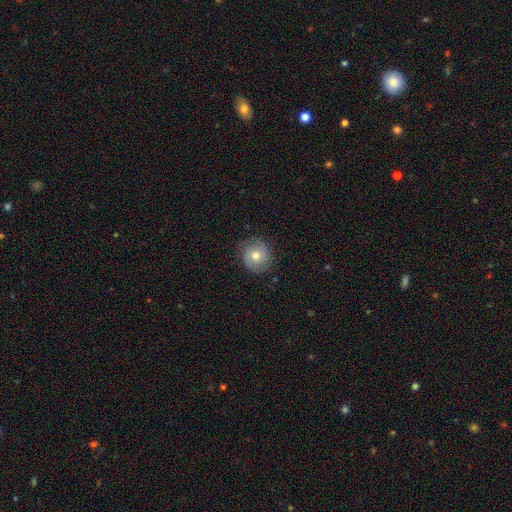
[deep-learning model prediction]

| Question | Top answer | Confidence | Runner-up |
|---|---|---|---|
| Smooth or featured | smooth | 64% | featured or disk (27%) |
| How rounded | round | 88% | in between (11%) |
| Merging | none | 80% | minor disturbance (15%) |